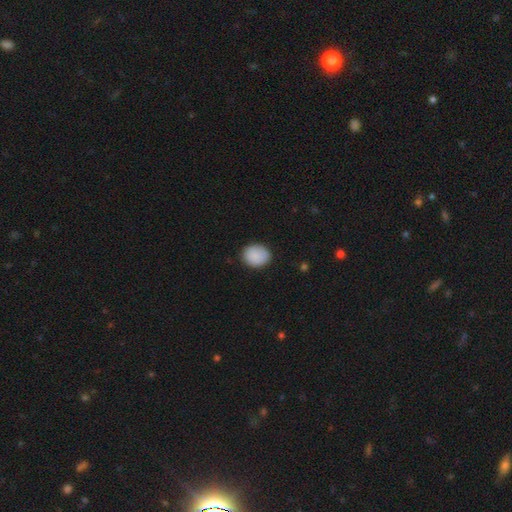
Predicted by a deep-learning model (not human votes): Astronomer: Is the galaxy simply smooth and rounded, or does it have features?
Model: smooth — 89%.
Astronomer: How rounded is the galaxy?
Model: round — 59% (runner-up: in between, 40%).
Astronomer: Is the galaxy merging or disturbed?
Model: none — 86%.